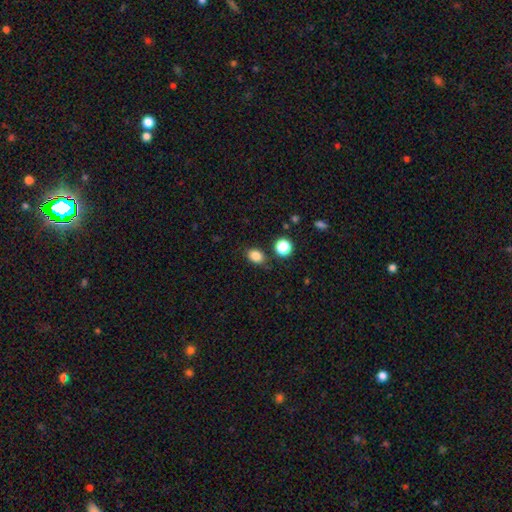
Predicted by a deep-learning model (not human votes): This appears to be a smooth galaxy with no disk features (84%) that is in between round and cigar-shaped (64%). Merging: none (80%).